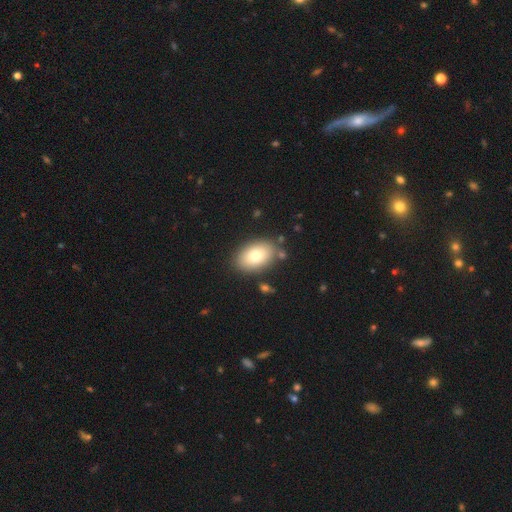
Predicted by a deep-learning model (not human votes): smooth 79%, featured or disk 14%, star or artifact 7%. Down the decision tree: how rounded — in between (90%); merging — none (83%).